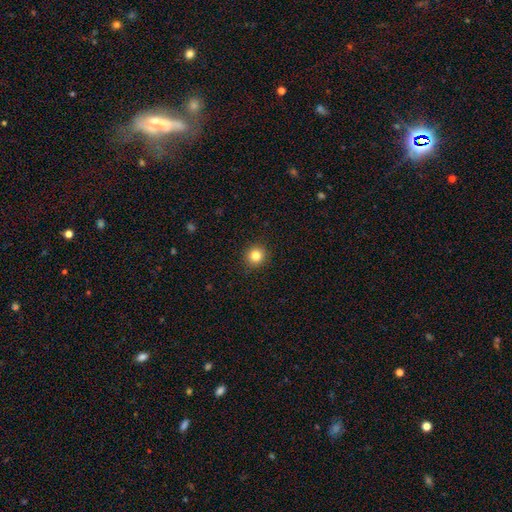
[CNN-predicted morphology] Overall: smooth (83%). How rounded: round (92%). Merging: none (91%).